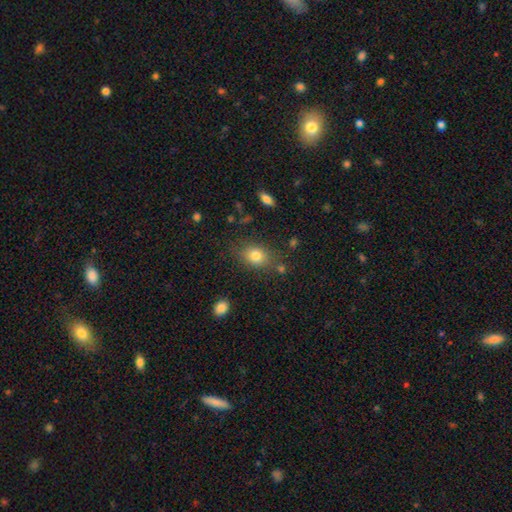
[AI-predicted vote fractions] A smooth galaxy with no disk features (79%) that is in between round and cigar-shaped (65%).

Vote fractions:
- Smooth or featured? smooth: 79% / star or artifact: 11% / featured or disk: 10%
- How rounded? in between: 65% / round: 33% / cigar-shaped: 2%
- Merging? none: 75% / minor disturbance: 15% / major disturbance: 5% / merger: 5%